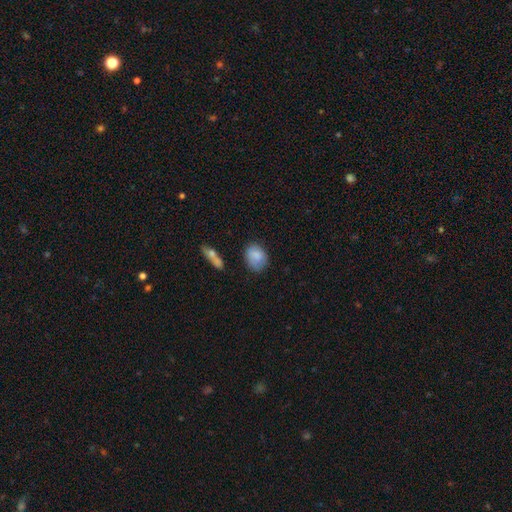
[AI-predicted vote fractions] A smooth galaxy with no disk features (84%) that is in between round and cigar-shaped (59%). Merging: none (69%).